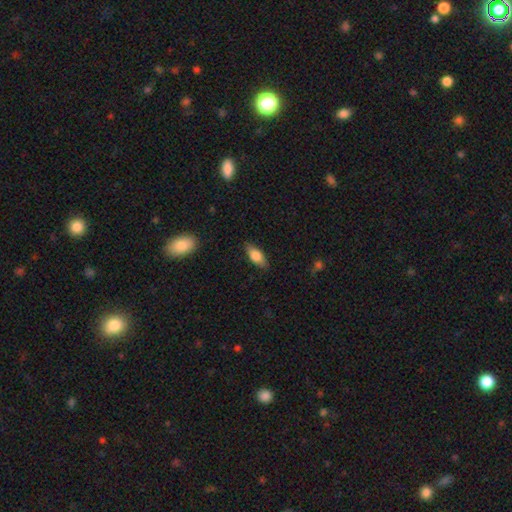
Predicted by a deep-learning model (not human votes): smooth-or-featured: smooth: 76% | featured or disk: 17% | star or artifact: 7%
  how-rounded: in between: 80% | cigar-shaped: 17% | round: 3%
  merging: none: 85% | minor disturbance: 12% | major disturbance: 3% | merger: 1%